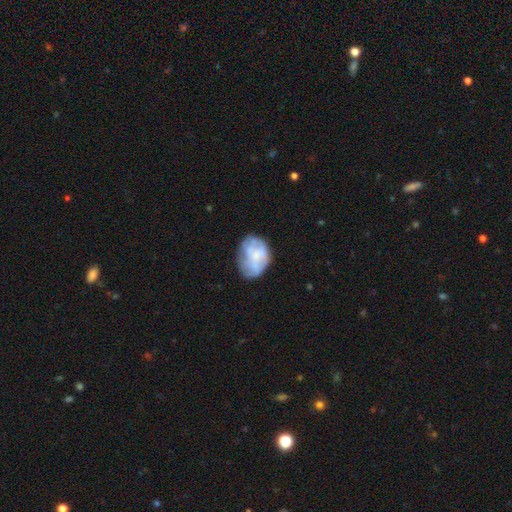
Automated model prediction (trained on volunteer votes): Morphology: type=smooth (51%); roundness=in between (71%); merging=none (59%).